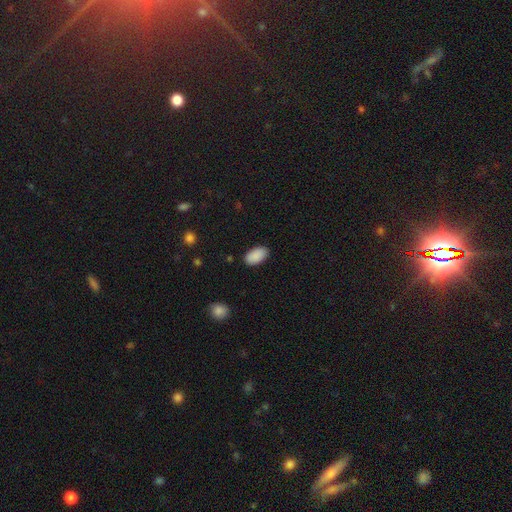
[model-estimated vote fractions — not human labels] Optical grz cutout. It shows a smooth galaxy with no disk features (90%) that is in between round and cigar-shaped (95%). Merging: none (88%).